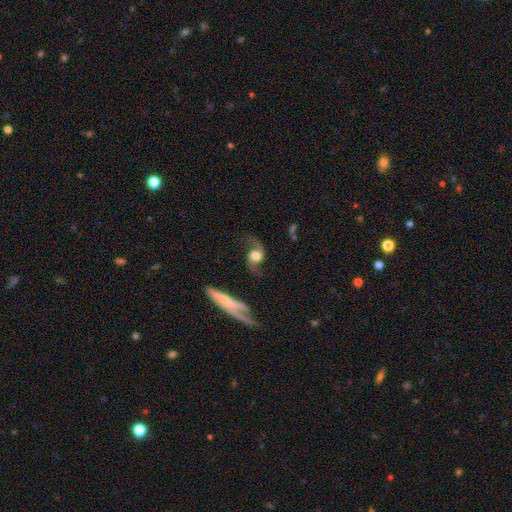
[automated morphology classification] Smooth or featured? featured or disk (82%)
Edge-on disk? no (94%)
Bar? no (62%)
Spiral arms? yes (95%)
Spiral winding? loose (71%)
Spiral arm count? 2 (93%)
Bulge size? large (42%)
Merging? none (67%)